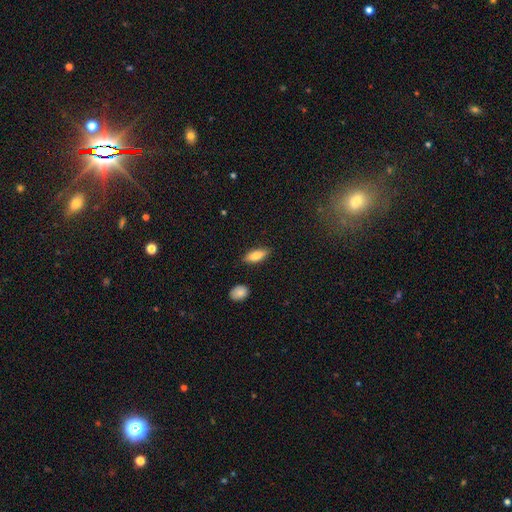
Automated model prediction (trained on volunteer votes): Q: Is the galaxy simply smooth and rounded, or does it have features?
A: smooth — 76%.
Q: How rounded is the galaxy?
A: in between — 70%.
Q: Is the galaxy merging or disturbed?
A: none — 86%.